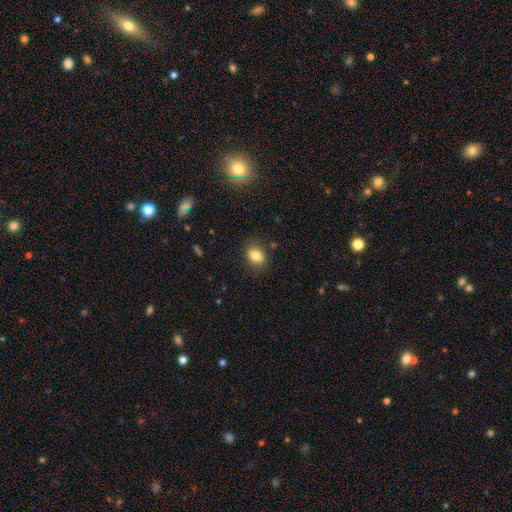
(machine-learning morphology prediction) The model was most divided on "how rounded": in between: 62%, round: 37%, cigar-shaped: 1%. More confident: smooth or featured — smooth (82%); merging — none (82%).